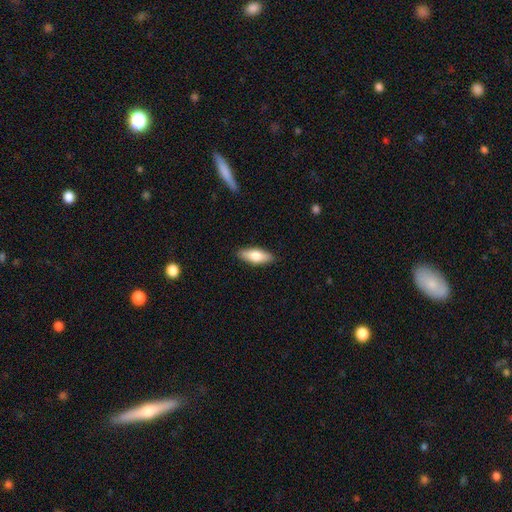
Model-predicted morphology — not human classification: smooth_or_featured: smooth (p=0.75) [alt: featured or disk p=0.19]
how_rounded: in between (p=0.69) [alt: cigar-shaped p=0.28]
merging: none (p=0.89) [alt: minor disturbance p=0.08]